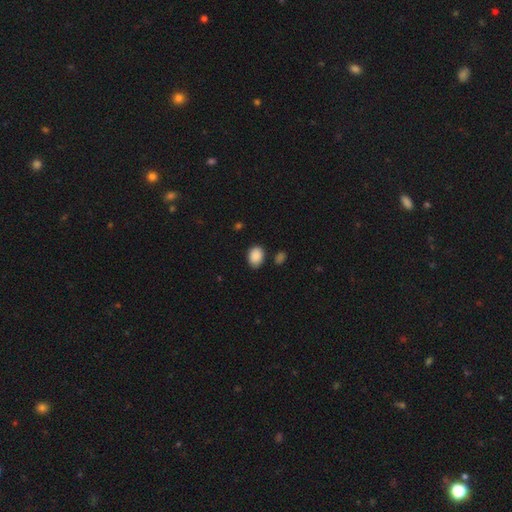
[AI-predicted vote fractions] Smooth or featured?
  - smooth: 89% *
  - star or artifact: 8%
  - featured or disk: 3%
How rounded?
  - in between: 70% *
  - round: 29%
  - cigar-shaped: 1%
Merging?
  - none: 79% *
  - minor disturbance: 14%
  - merger: 4%
  - major disturbance: 3%